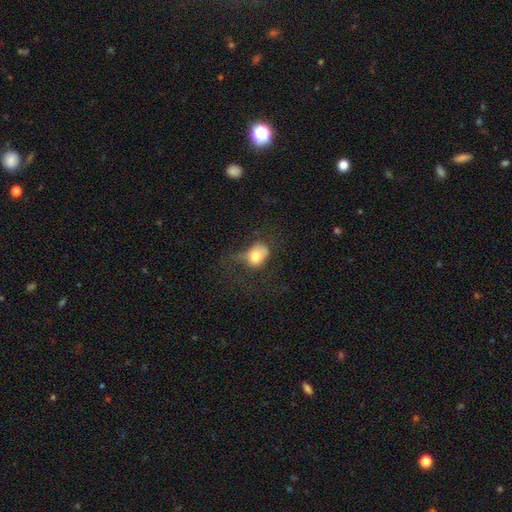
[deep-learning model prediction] smooth_or_featured: smooth (p=0.73) [alt: featured or disk p=0.17]
how_rounded: in between (p=0.56) [alt: round p=0.42]
merging: major disturbance (p=0.37) [alt: none p=0.31]